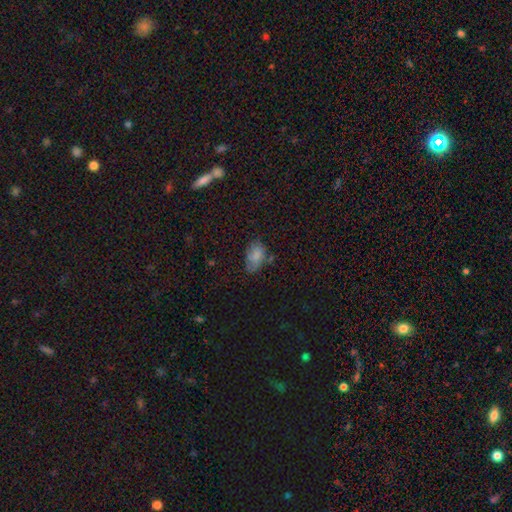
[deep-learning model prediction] Smooth or featured? smooth (72%)
How rounded? in between (90%)
Merging? none (55%)